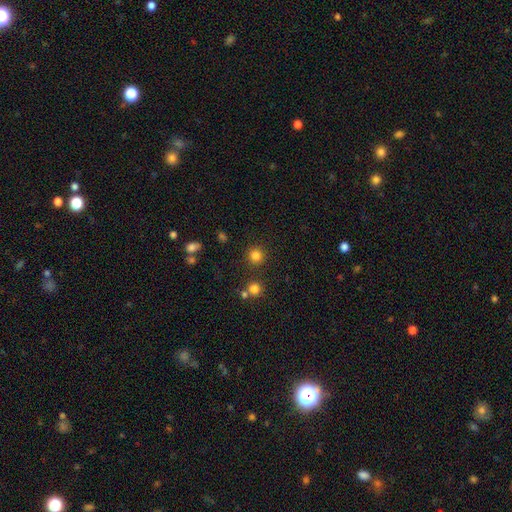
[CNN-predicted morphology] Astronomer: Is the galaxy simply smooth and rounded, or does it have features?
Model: smooth — 81%.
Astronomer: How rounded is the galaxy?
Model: round — 93%.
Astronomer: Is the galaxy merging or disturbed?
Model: none — 87%.